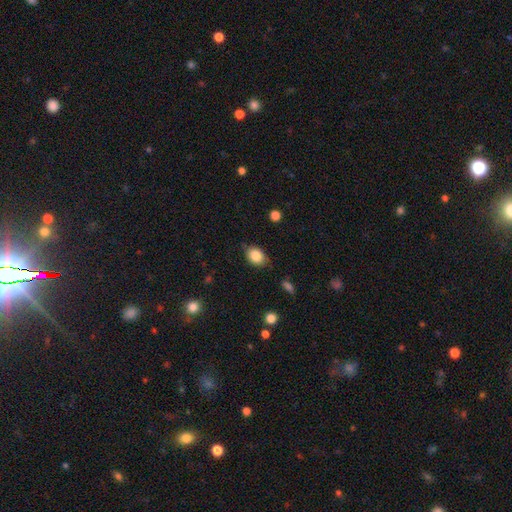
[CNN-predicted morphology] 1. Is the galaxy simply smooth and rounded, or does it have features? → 84% smooth, 8% star or artifact, 8% featured or disk.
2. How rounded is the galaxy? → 69% in between, 30% round, 1% cigar-shaped.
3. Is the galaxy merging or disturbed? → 75% none, 19% minor disturbance, 4% major disturbance, 2% merger.